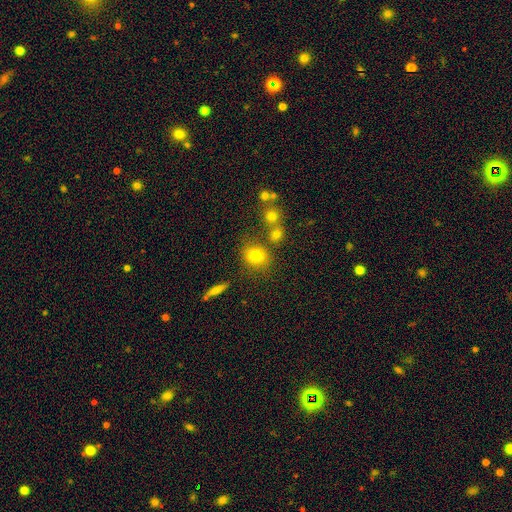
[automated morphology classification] Q: Smooth or featured?
A: smooth (76%); runner-up: star or artifact (13%)
Q: How rounded?
A: round (66%); runner-up: in between (32%)
Q: Merging?
A: none (73%); runner-up: minor disturbance (11%)